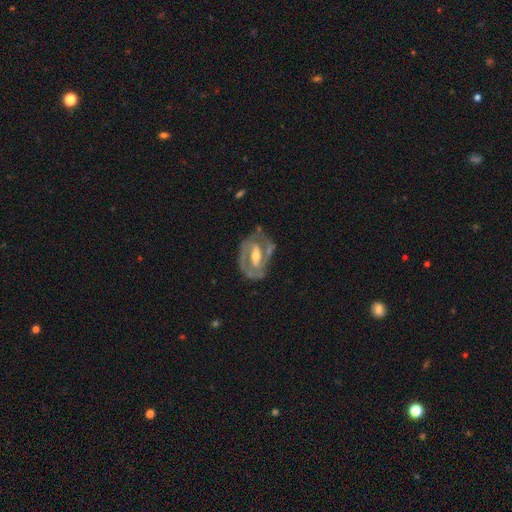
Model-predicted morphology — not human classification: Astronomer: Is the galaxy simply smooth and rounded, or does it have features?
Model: featured or disk — 85%.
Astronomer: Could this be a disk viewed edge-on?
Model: no — 96%.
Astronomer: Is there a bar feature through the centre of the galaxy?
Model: strong — 40%, tied with weak at 40%.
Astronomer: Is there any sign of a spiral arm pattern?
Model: yes — 82%.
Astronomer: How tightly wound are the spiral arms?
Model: tight — 49% (runner-up: medium, 41%).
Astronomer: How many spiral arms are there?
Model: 2 — 73%.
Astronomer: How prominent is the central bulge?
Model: moderate — 63%.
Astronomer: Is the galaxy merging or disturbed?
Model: none — 64%.